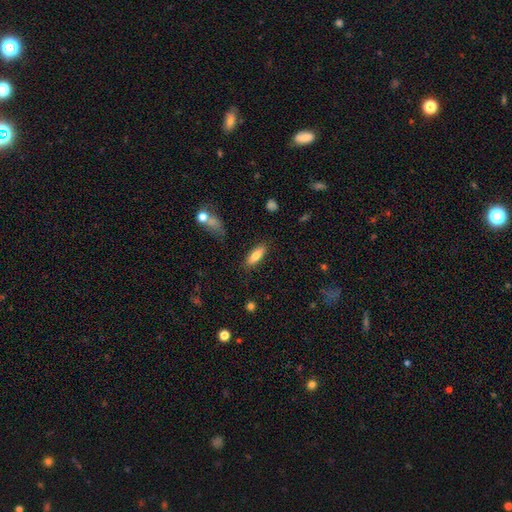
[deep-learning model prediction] smooth-or-featured: smooth: 77% | featured or disk: 17% | star or artifact: 7%
  how-rounded: in between: 54% | cigar-shaped: 43% | round: 2%
  merging: none: 84% | minor disturbance: 11% | major disturbance: 3% | merger: 2%